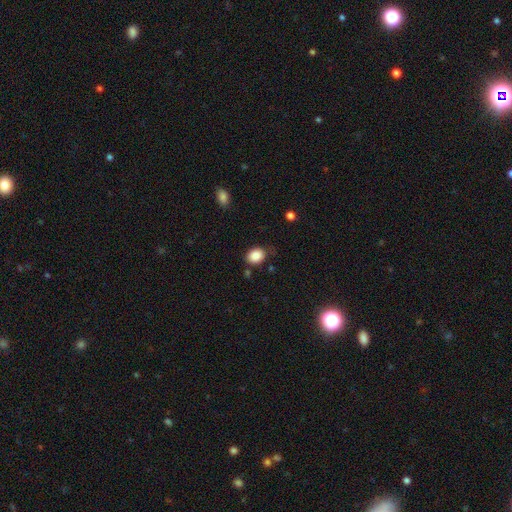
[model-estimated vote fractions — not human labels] The model was most divided on "how rounded": in between: 60%, round: 39%, cigar-shaped: 1%. More confident: smooth or featured — smooth (87%); merging — none (76%).